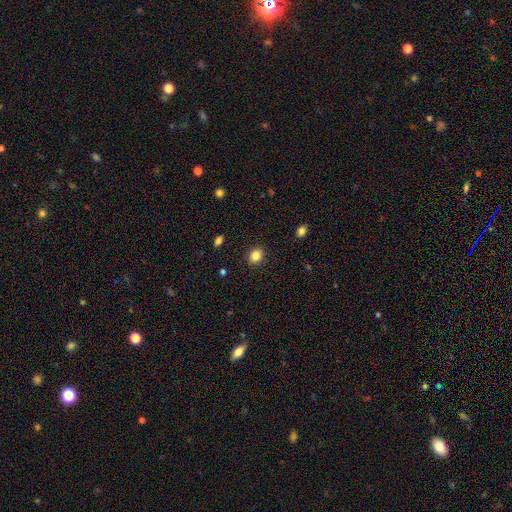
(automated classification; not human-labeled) smooth_or_featured: smooth (p=0.85) [alt: star or artifact p=0.10]
how_rounded: round (p=0.58) [alt: in between p=0.41]
merging: none (p=0.89) [alt: minor disturbance p=0.07]